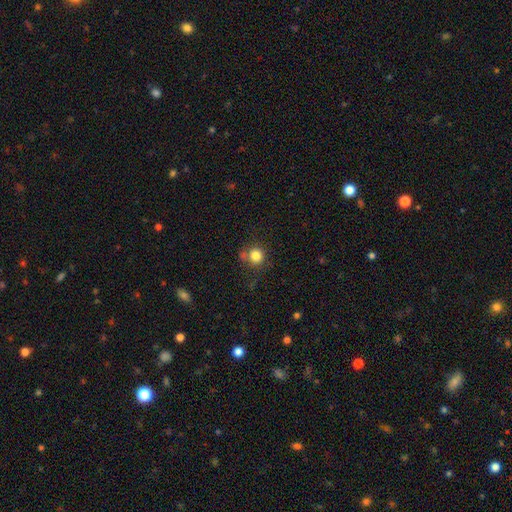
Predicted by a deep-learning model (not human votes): Smooth or featured? smooth (83%)
How rounded? round (92%)
Merging? none (72%)